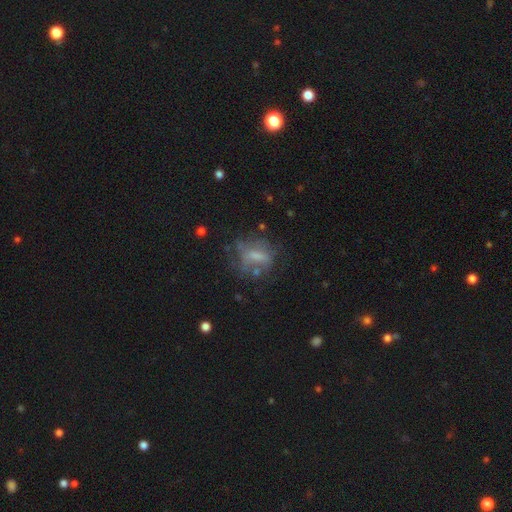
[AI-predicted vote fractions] Morphology: type=smooth (44%); merging=none (47%).